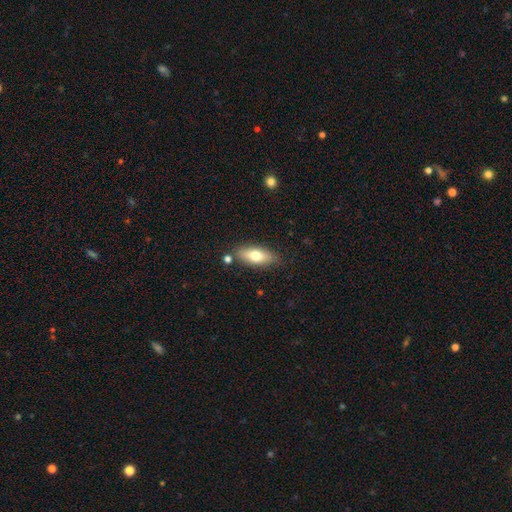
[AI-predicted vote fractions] smooth 70%, featured or disk 23%, star or artifact 7%. Down the decision tree: how rounded — in between (75%); merging — none (81%).